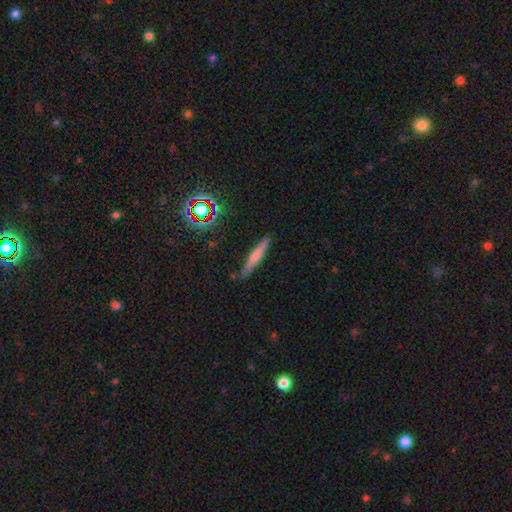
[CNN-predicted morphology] Overall: smooth (57%; featured or disk 33%). How rounded: cigar-shaped (93%). Merging: none (85%).